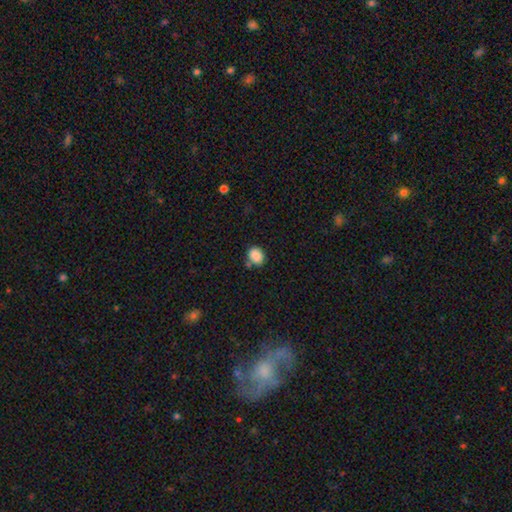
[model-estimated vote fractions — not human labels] Morphology: type=smooth (87%); roundness=in between (50%); merging=none (67%).